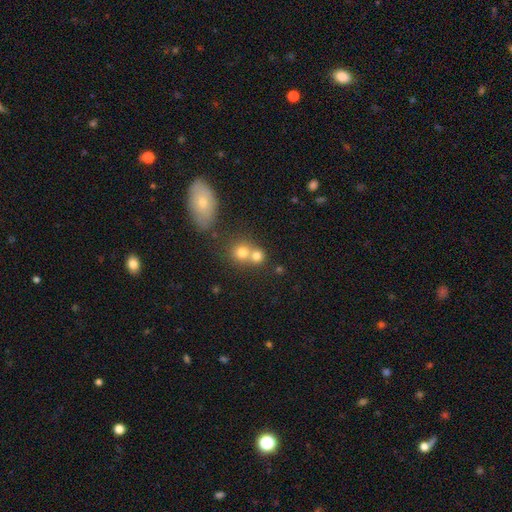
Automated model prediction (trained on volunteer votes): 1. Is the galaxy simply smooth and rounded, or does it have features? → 74% smooth, 14% star or artifact, 13% featured or disk.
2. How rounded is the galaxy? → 82% round, 17% in between, 1% cigar-shaped.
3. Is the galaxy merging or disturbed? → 50% merger, 41% none, 6% minor disturbance, 3% major disturbance.